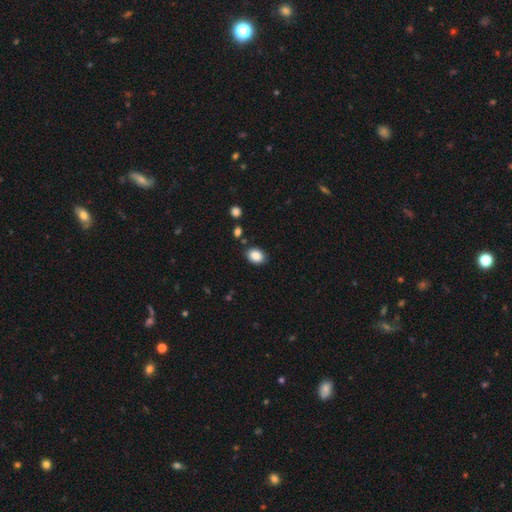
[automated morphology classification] Q: Smooth or featured?
A: smooth (88%); runner-up: star or artifact (8%)
Q: How rounded?
A: in between (73%); runner-up: round (26%)
Q: Merging?
A: none (83%); runner-up: minor disturbance (11%)